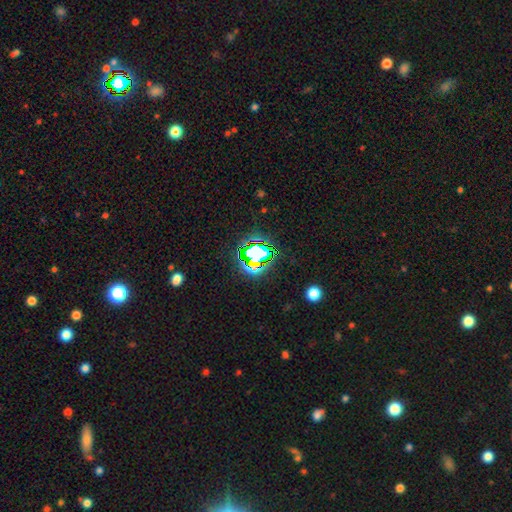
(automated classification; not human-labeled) This appears to be a star or artifact, not a galaxy (66%).